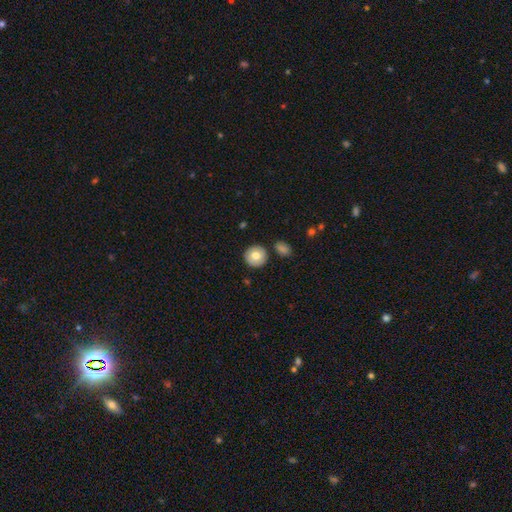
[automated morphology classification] Smooth or featured? Predicted: smooth (p=0.77). How rounded? Predicted: round (p=0.93). Merging? Predicted: none (p=0.88).